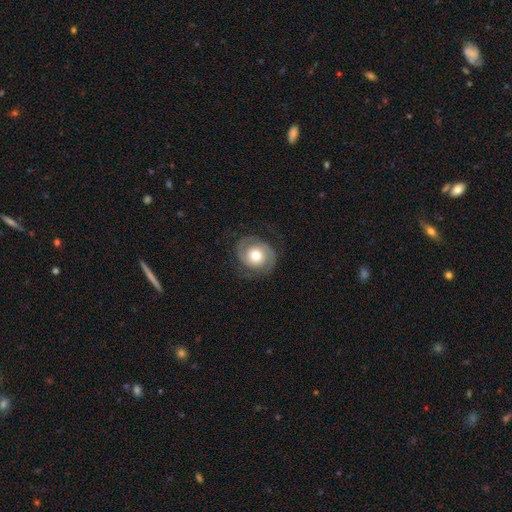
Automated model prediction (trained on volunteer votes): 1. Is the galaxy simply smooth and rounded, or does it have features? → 77% featured or disk, 17% smooth, 6% star or artifact.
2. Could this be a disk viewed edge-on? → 98% no, 2% yes.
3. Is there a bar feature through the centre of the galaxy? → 77% no, 18% weak, 5% strong.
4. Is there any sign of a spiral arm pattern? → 92% yes, 8% no.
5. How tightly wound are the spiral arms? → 52% tight, 37% medium, 12% loose.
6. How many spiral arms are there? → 87% 2, 5% can't tell, 3% 1, 2% 3, 1% 4, 1% more than 4.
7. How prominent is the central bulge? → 71% moderate, 17% large, 9% small, 2% dominant, 1% none.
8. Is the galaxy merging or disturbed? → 78% none, 14% minor disturbance, 7% major disturbance, 1% merger.